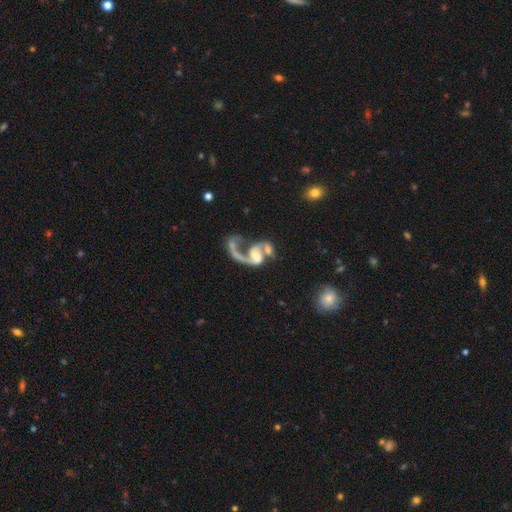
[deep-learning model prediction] A featured or disk galaxy (82%) with no bar (48%), 2 (53%) loose (67%) spiral arms (90%) and a moderate central bulge (40%). Merging: merger (44%).